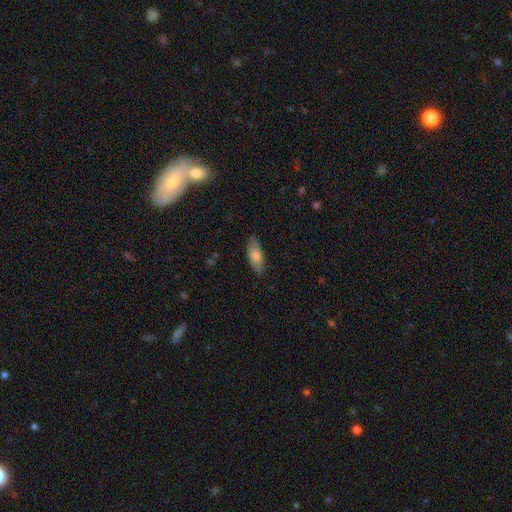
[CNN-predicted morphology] Smooth or featured? Predicted: smooth (p=0.76). How rounded? Predicted: in between (p=0.79). Merging? Predicted: none (p=0.79).